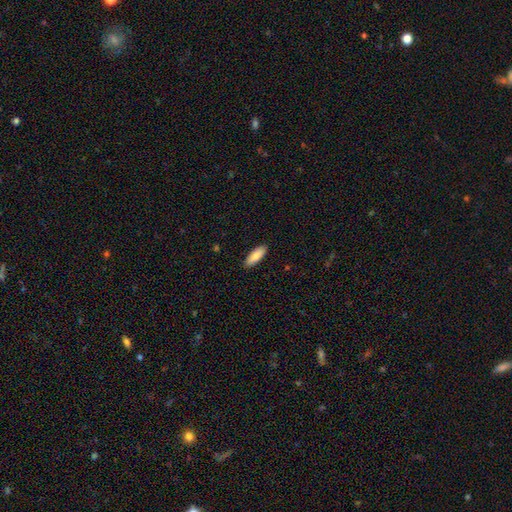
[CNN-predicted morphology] The model was most divided on "how rounded": in between: 59%, cigar-shaped: 39%, round: 2%. More confident: merging — none (90%); smooth or featured — smooth (87%).